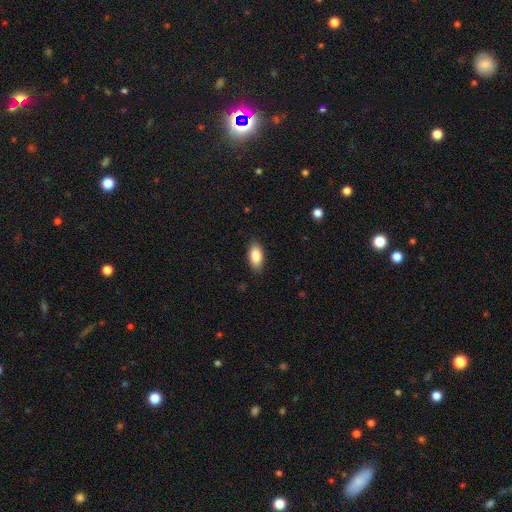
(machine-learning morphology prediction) A smooth galaxy with no disk features (86%) that is in between round and cigar-shaped (91%).

Vote fractions:
- Smooth or featured? smooth: 86% / featured or disk: 7% / star or artifact: 7%
- How rounded? in between: 91% / cigar-shaped: 6% / round: 3%
- Merging? none: 86% / minor disturbance: 11% / major disturbance: 2% / merger: 1%